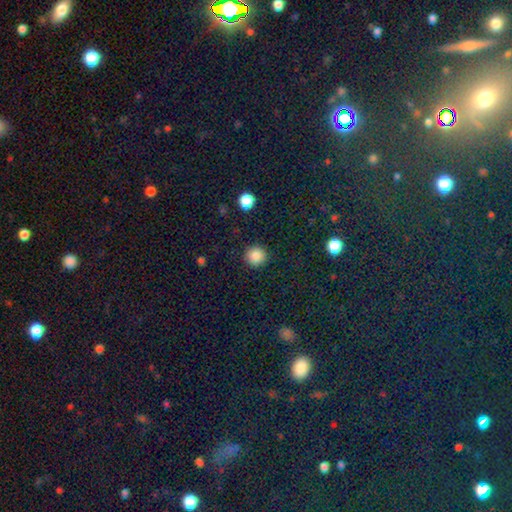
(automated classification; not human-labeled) The model was most divided on "smooth or featured": smooth: 86%, star or artifact: 10%, featured or disk: 4%. More confident: how rounded — round (94%); merging — none (91%).